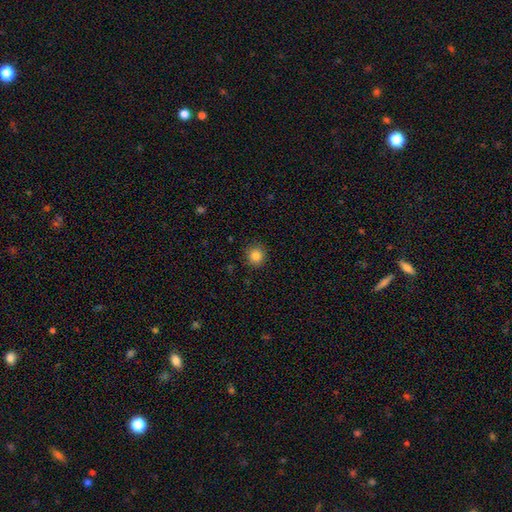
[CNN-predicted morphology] smooth 83%, star or artifact 11%, featured or disk 6%. Down the decision tree: how rounded — round (90%); merging — none (90%).